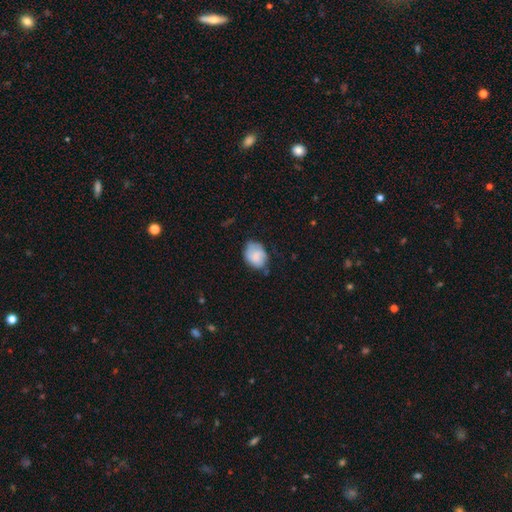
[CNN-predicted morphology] smooth_or_featured: smooth (p=0.75) [alt: featured or disk p=0.18]
how_rounded: in between (p=0.64) [alt: round p=0.35]
merging: none (p=0.53) [alt: minor disturbance p=0.34]